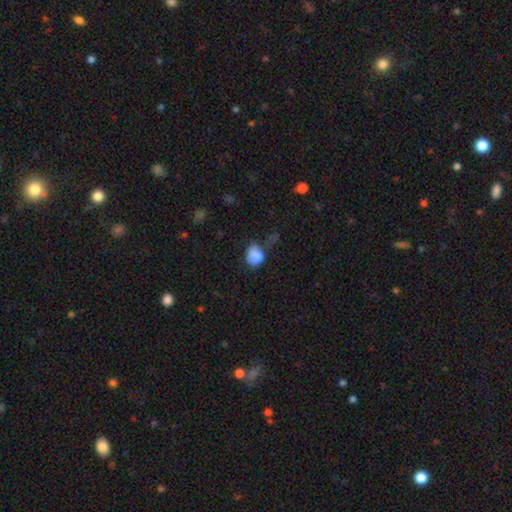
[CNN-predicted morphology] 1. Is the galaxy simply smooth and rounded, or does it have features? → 78% smooth, 12% featured or disk, 10% star or artifact.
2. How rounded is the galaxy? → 62% in between, 36% round, 1% cigar-shaped.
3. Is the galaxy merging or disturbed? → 32% minor disturbance, 30% major disturbance, 27% none, 11% merger.